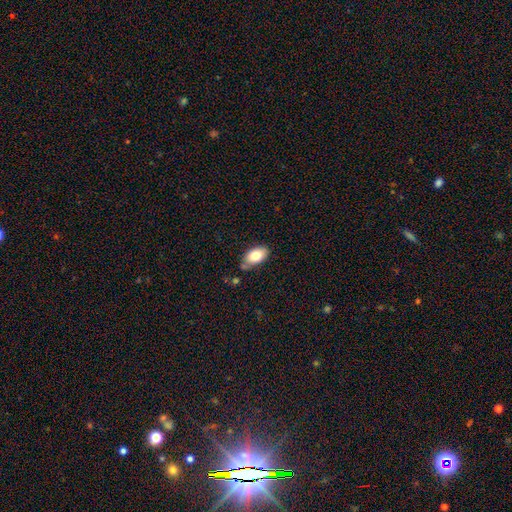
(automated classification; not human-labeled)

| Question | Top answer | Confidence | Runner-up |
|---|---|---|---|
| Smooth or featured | smooth | 80% | featured or disk (13%) |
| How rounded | in between | 93% | round (5%) |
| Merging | none | 69% | minor disturbance (21%) |